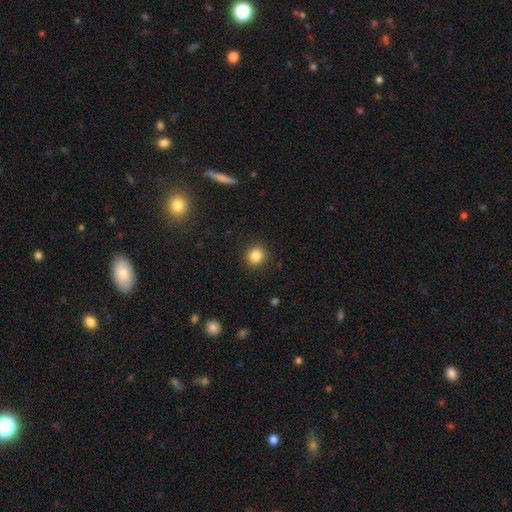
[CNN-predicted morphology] A smooth galaxy with no disk features (84%) that is round (91%).

Vote fractions:
- Smooth or featured? smooth: 84% / star or artifact: 11% / featured or disk: 5%
- How rounded? round: 91% / in between: 8% / cigar-shaped: 1%
- Merging? none: 91% / minor disturbance: 6% / major disturbance: 2% / merger: 1%